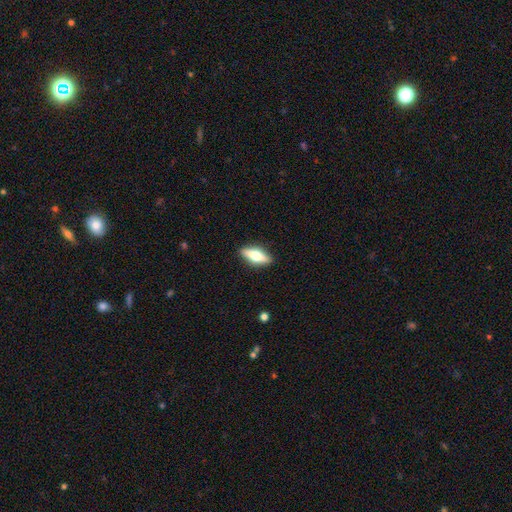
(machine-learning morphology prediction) Q: Smooth or featured?
A: featured or disk (53%); runner-up: smooth (41%)
Q: Edge-on disk?
A: yes (91%); runner-up: no (9%)
Q: Merging?
A: none (89%); runner-up: minor disturbance (8%)